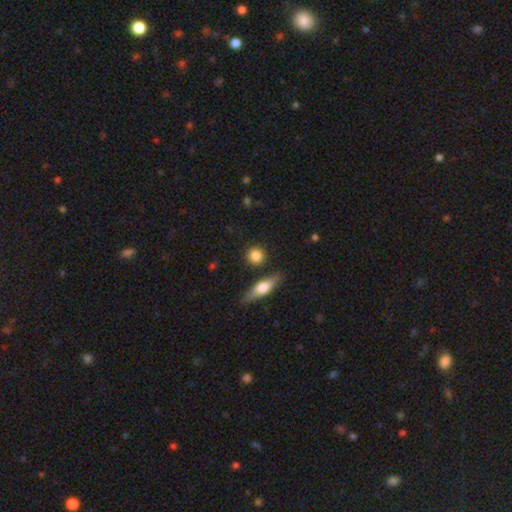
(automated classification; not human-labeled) smooth-or-featured: smooth: 83% | featured or disk: 9% | star or artifact: 8%
  how-rounded: round: 86% | in between: 10% | cigar-shaped: 4%
  merging: none: 84% | minor disturbance: 8% | merger: 5% | major disturbance: 3%